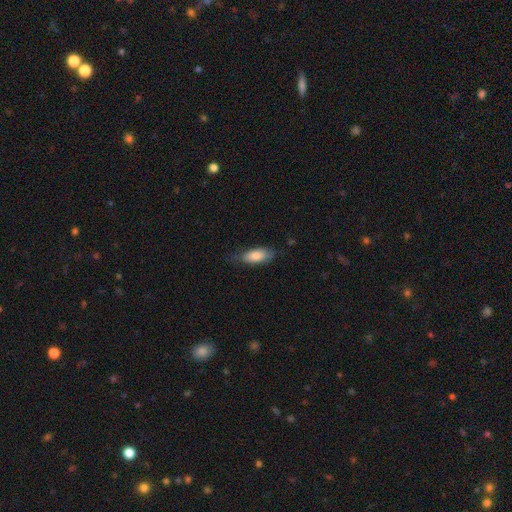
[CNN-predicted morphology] smooth-or-featured: smooth: 79% | featured or disk: 15% | star or artifact: 6%
  how-rounded: in between: 78% | cigar-shaped: 20% | round: 2%
  merging: none: 66% | minor disturbance: 26% | major disturbance: 7% | merger: 1%